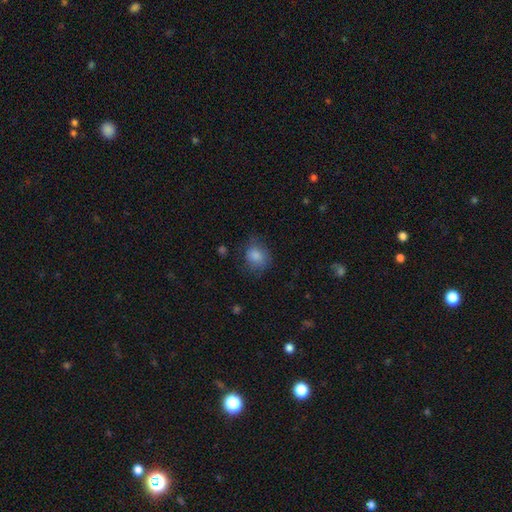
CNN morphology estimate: A smooth galaxy with no disk features (83%) that is round (63%).

Vote fractions:
- Smooth or featured? smooth: 83% / star or artifact: 9% / featured or disk: 8%
- How rounded? round: 63% / in between: 37% / cigar-shaped: 1%
- Merging? none: 65% / minor disturbance: 24% / major disturbance: 10% / merger: 2%